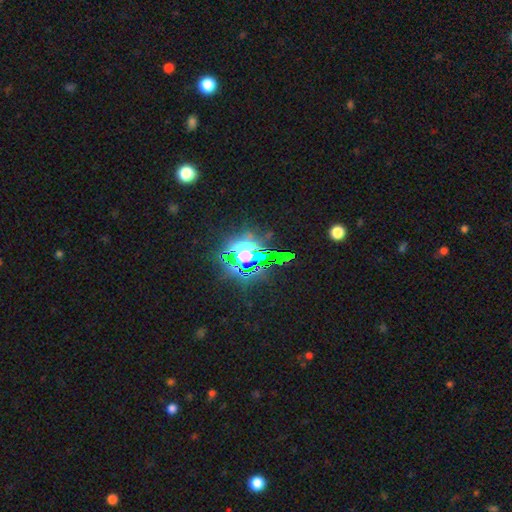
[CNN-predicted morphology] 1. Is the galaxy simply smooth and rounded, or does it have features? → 70% star or artifact, 17% smooth, 13% featured or disk.